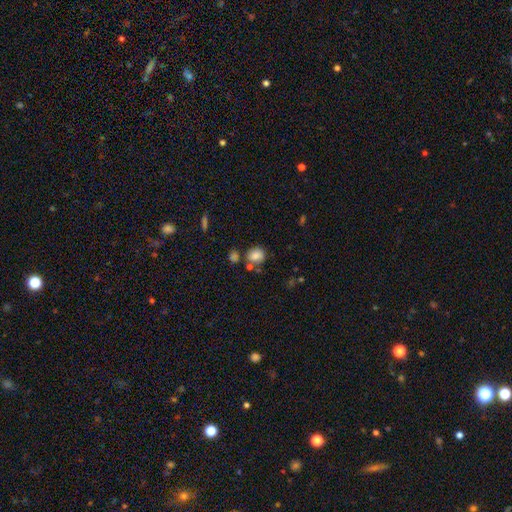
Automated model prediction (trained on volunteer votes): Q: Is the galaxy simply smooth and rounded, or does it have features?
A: smooth — 80%.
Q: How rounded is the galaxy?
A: round — 62%.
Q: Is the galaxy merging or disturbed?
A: none — 66%.